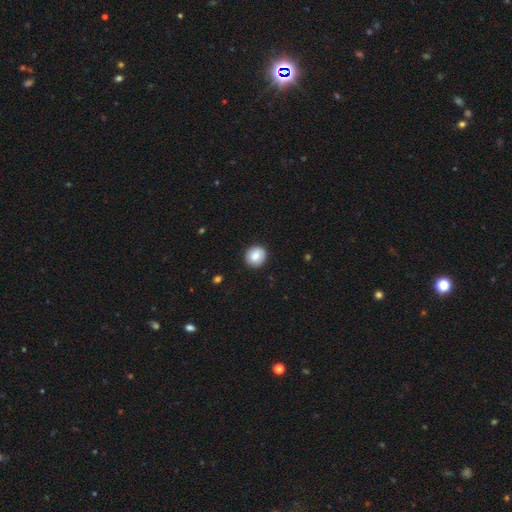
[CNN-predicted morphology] Smooth or featured? Predicted: smooth (p=0.85). How rounded? Predicted: round (p=0.85). Merging? Predicted: none (p=0.89).